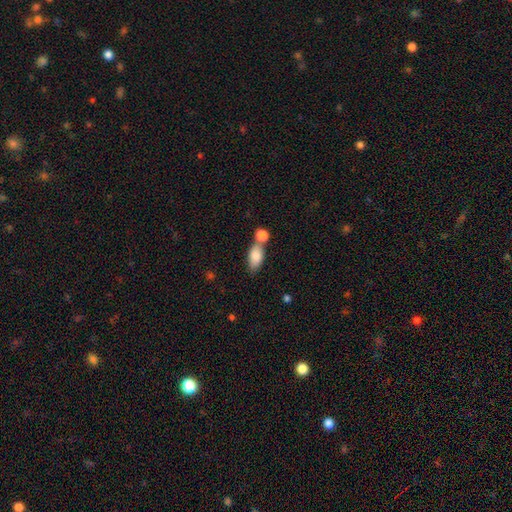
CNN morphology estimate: Smooth or featured? smooth (83%)
How rounded? in between (86%)
Merging? none (47%)